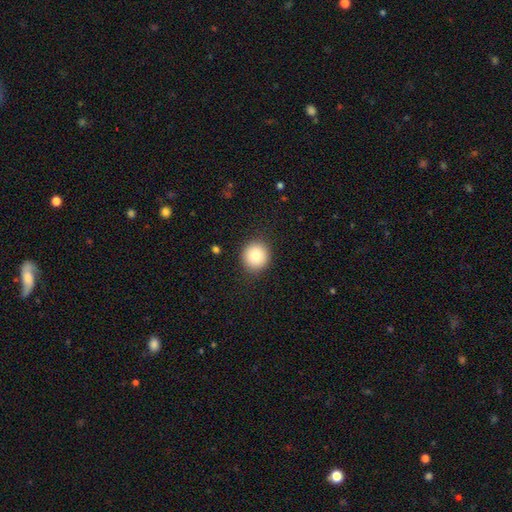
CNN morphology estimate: Smooth or featured? Predicted: smooth (p=0.83). How rounded? Predicted: round (p=0.92). Merging? Predicted: none (p=0.89).